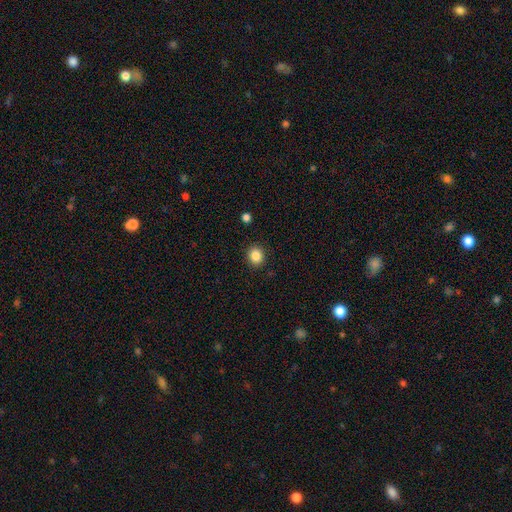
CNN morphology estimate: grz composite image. It shows a smooth galaxy with no disk features (86%) that is round (78%). Merging: none (90%).